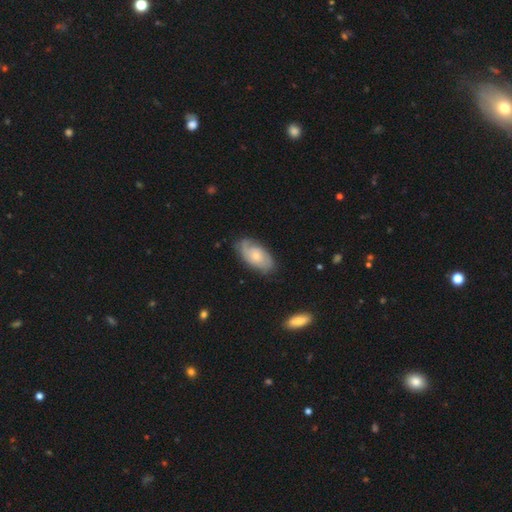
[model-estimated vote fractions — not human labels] This is possibly a featured or disk galaxy (56%). It is clearly not viewed edge-on (93%). Bar: likely no (75%). Spiral arm pattern: clearly yes (85%). Central bulge: possibly small (51%). Merging: likely none (74%).